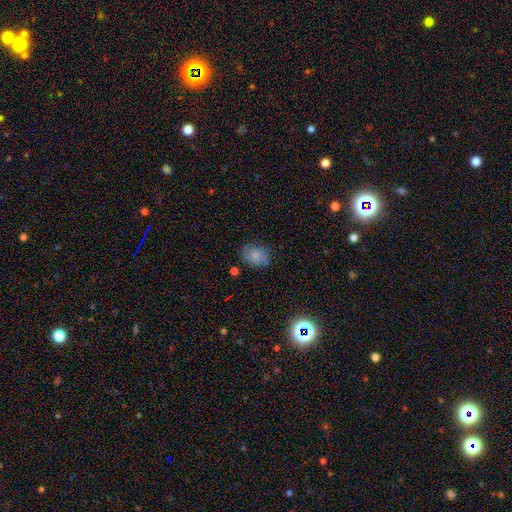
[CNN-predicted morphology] Smooth or featured: smooth — 75% (featured or disk — 15%)
How rounded: in between — 58% (round — 41%)
Merging: none — 71% (minor disturbance — 21%)